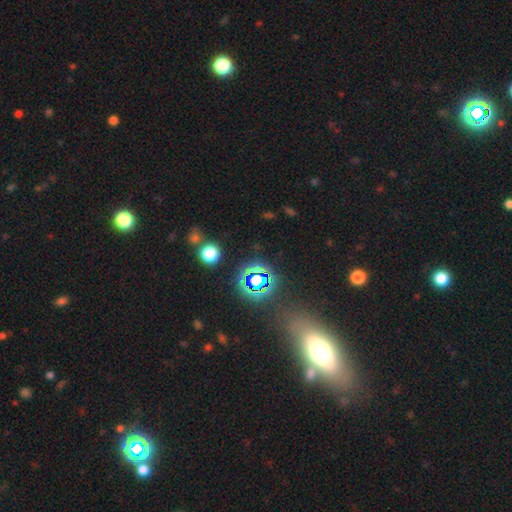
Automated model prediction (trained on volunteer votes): Smooth or featured? Predicted: star or artifact (p=0.54).